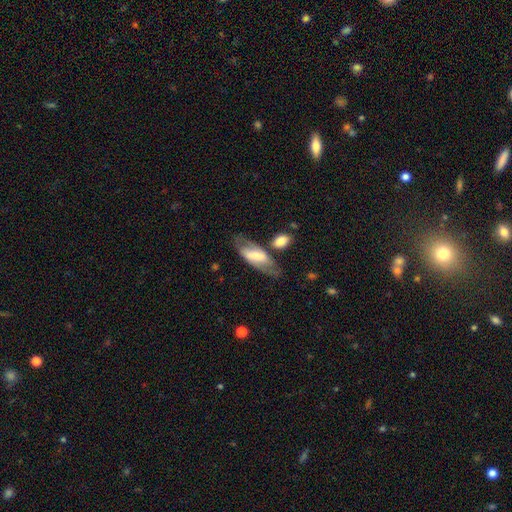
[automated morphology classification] type=smooth (48%); merging=none (56%).